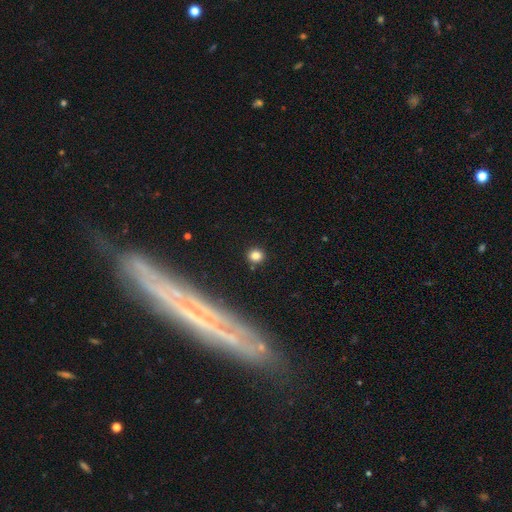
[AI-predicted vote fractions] A smooth galaxy with no disk features (80%) that is round (89%).

Vote fractions:
- Smooth or featured? smooth: 80% / star or artifact: 14% / featured or disk: 6%
- How rounded? round: 89% / in between: 9% / cigar-shaped: 1%
- Merging? none: 89% / minor disturbance: 6% / merger: 3% / major disturbance: 2%